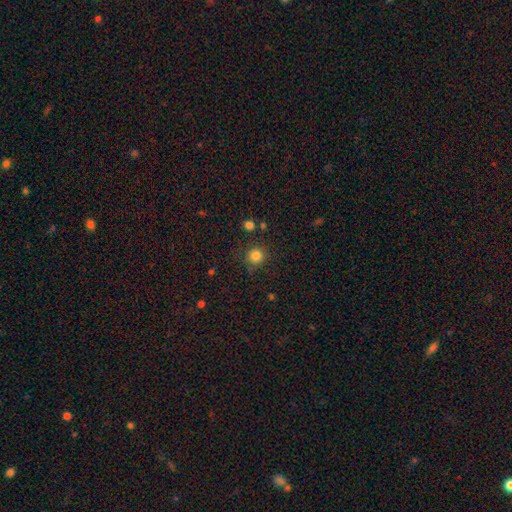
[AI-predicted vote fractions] Morphology: type=smooth (83%); roundness=round (92%); merging=none (84%).